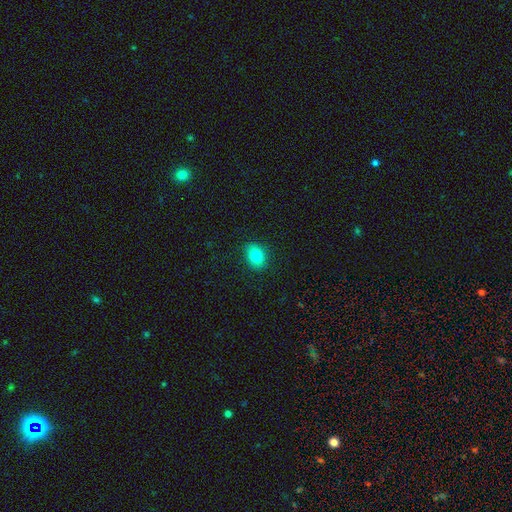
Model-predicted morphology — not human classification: Q: Smooth or featured?
A: smooth (82%); runner-up: star or artifact (10%)
Q: How rounded?
A: in between (59%); runner-up: round (40%)
Q: Merging?
A: none (86%); runner-up: minor disturbance (11%)